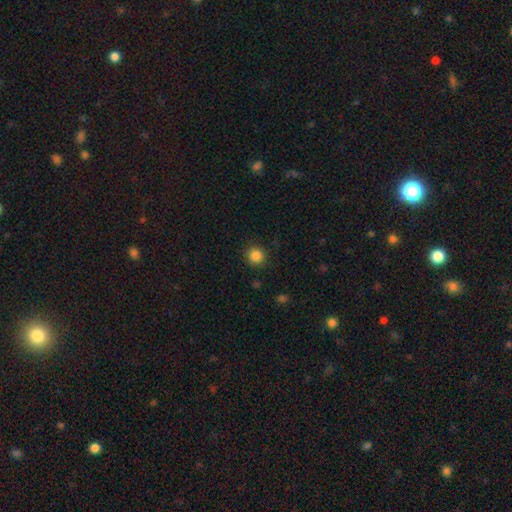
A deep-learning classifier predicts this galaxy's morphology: Smooth or featured?
  - smooth: 85% *
  - star or artifact: 11%
  - featured or disk: 4%
How rounded?
  - round: 94% *
  - in between: 5%
  - cigar-shaped: 1%
Merging?
  - none: 90% *
  - minor disturbance: 7%
  - major disturbance: 2%
  - merger: 1%